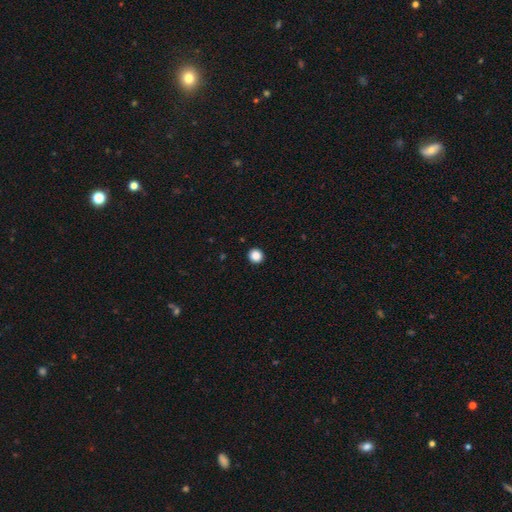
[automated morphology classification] A smooth galaxy with no disk features (88%) that is round (90%). Merging: none (93%).